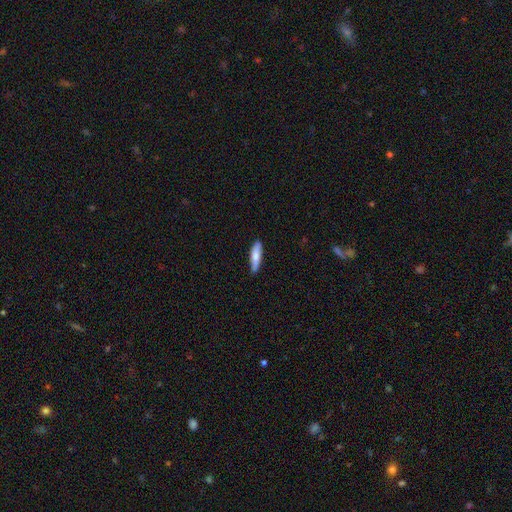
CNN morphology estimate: Smooth or featured?
  - smooth: 78% *
  - featured or disk: 17%
  - star or artifact: 5%
How rounded?
  - cigar-shaped: 72% *
  - in between: 26%
  - round: 1%
Merging?
  - none: 83% *
  - minor disturbance: 14%
  - major disturbance: 2%
  - merger: 1%